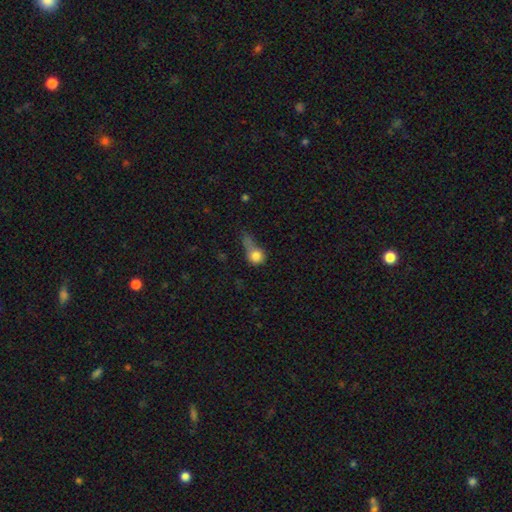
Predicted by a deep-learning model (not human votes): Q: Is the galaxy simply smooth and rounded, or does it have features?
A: smooth — 77%.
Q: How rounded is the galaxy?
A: round — 69%.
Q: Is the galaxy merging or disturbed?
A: major disturbance — 33%.